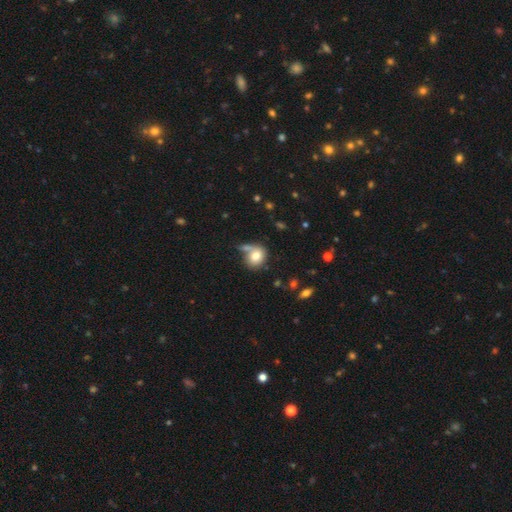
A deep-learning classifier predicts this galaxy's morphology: A smooth galaxy with no disk features (75%) that is round (63%).

Vote fractions:
- Smooth or featured? smooth: 75% / featured or disk: 16% / star or artifact: 9%
- How rounded? round: 63% / in between: 35% / cigar-shaped: 1%
- Merging? none: 44% / merger: 26% / minor disturbance: 17% / major disturbance: 12%